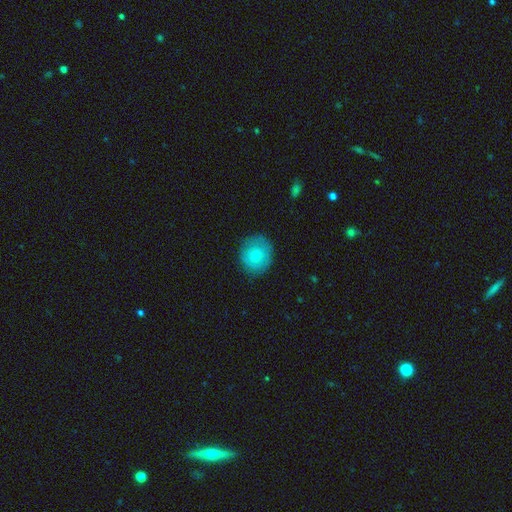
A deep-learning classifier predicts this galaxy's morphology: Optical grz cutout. It shows a smooth galaxy with no disk features (80%) that is round (83%). Merging: none (82%).